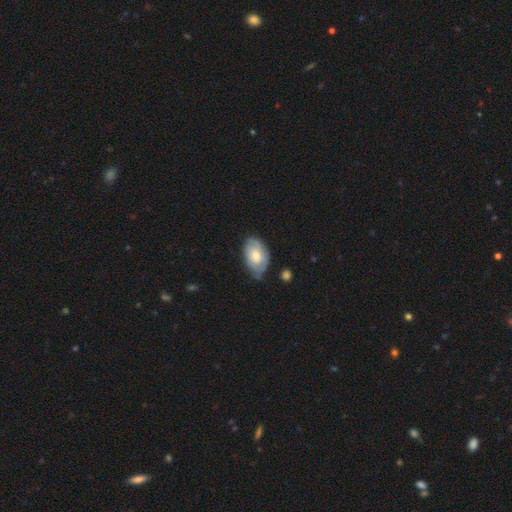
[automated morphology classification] smooth-or-featured: smooth: 49% | featured or disk: 45% | star or artifact: 6%
  merging: none: 58% | minor disturbance: 32% | major disturbance: 7% | merger: 3%